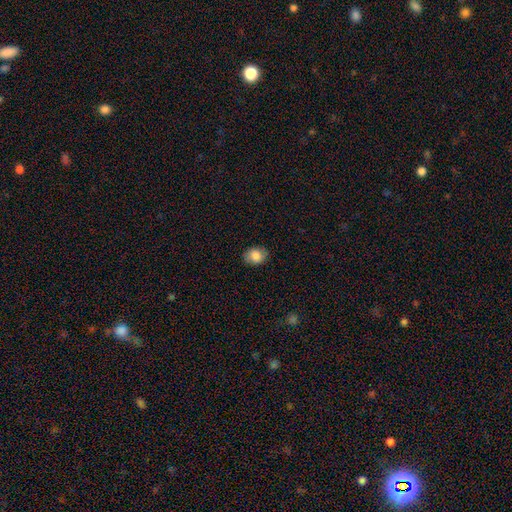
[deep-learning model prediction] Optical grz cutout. It shows a smooth galaxy with no disk features (85%) that is in between round and cigar-shaped (63%). Merging: none (86%).